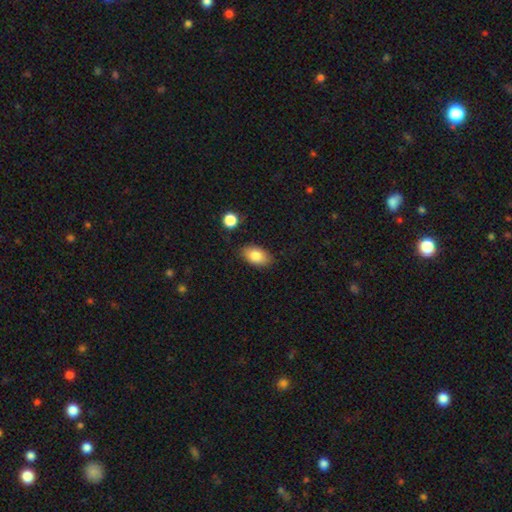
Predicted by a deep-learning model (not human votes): This is clearly a smooth galaxy (83%). How rounded: clearly in between (90%). Merging: clearly none (82%).